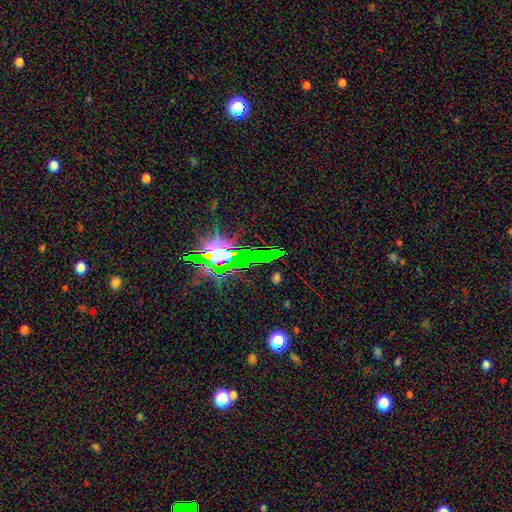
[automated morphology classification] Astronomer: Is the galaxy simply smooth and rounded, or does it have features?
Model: star or artifact — 75%.